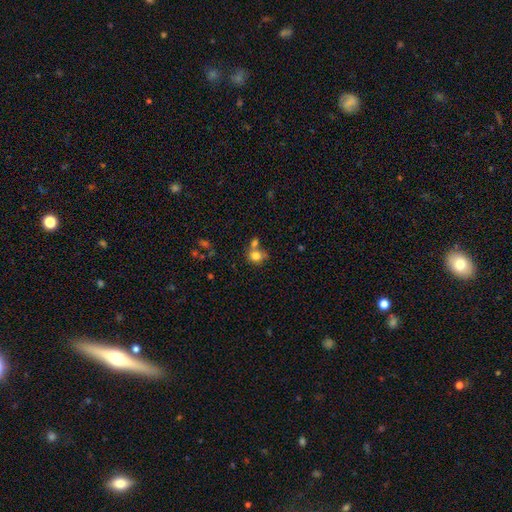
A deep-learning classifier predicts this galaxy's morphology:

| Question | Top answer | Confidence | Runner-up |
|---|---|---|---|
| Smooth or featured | smooth | 78% | star or artifact (11%) |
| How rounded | round | 74% | in between (25%) |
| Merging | none | 45% | merger (38%) |